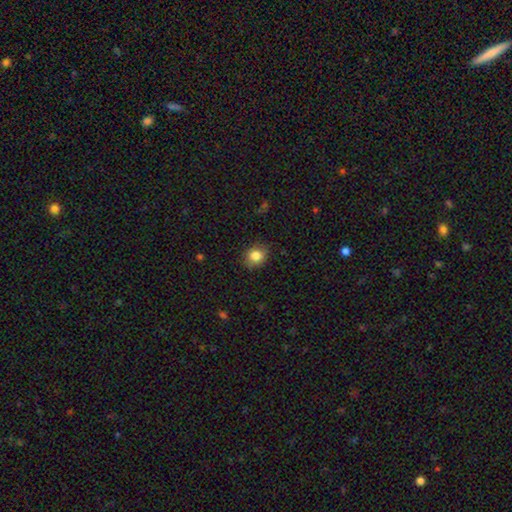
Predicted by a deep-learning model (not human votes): Q: Smooth or featured?
A: smooth (83%); runner-up: star or artifact (10%)
Q: How rounded?
A: round (60%); runner-up: in between (39%)
Q: Merging?
A: none (82%); runner-up: minor disturbance (14%)